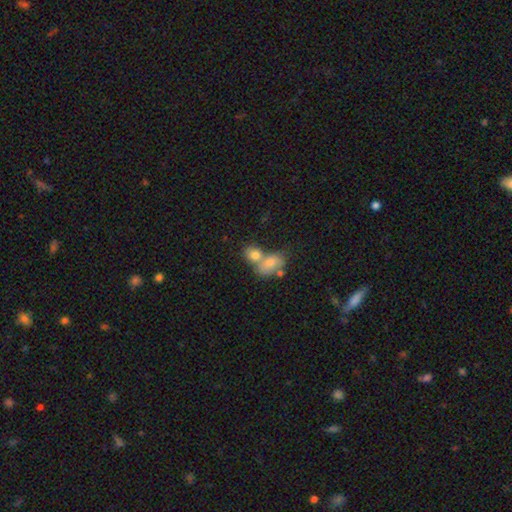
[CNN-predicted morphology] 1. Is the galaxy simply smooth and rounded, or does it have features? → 73% smooth, 16% featured or disk, 11% star or artifact.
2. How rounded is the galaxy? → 55% in between, 42% round, 2% cigar-shaped.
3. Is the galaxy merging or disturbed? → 61% merger, 28% none, 8% minor disturbance, 4% major disturbance.